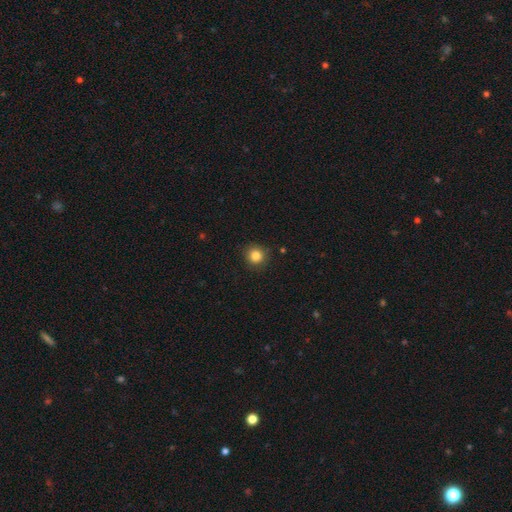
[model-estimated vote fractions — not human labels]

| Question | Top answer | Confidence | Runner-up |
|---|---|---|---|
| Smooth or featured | smooth | 84% | star or artifact (11%) |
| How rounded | round | 93% | in between (6%) |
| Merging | none | 88% | minor disturbance (8%) |